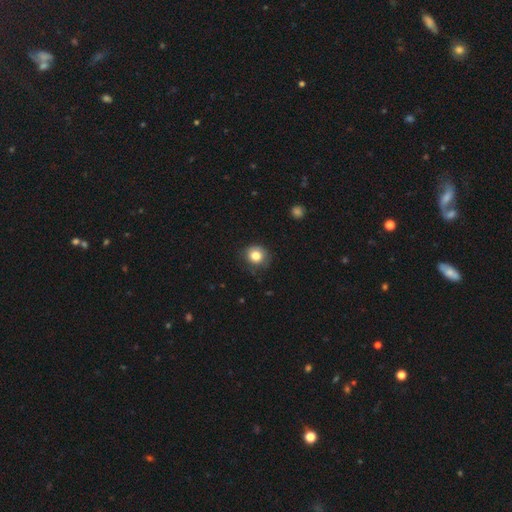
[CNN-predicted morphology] Overall: smooth (81%). How rounded: round (83%). Merging: none (78%).